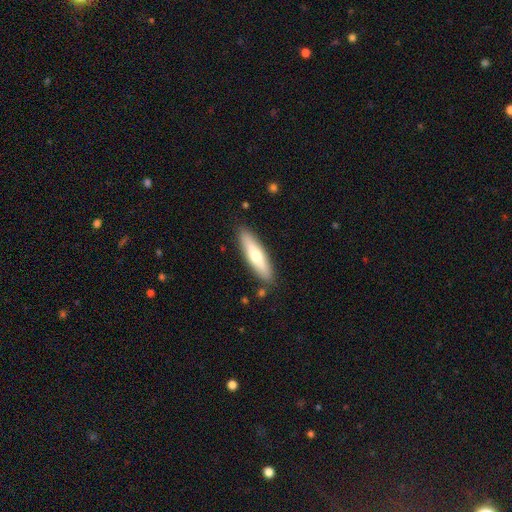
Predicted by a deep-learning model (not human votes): This appears to be a smooth galaxy with no disk features (57%) that is cigar-shaped (72%). Merging: none (87%).